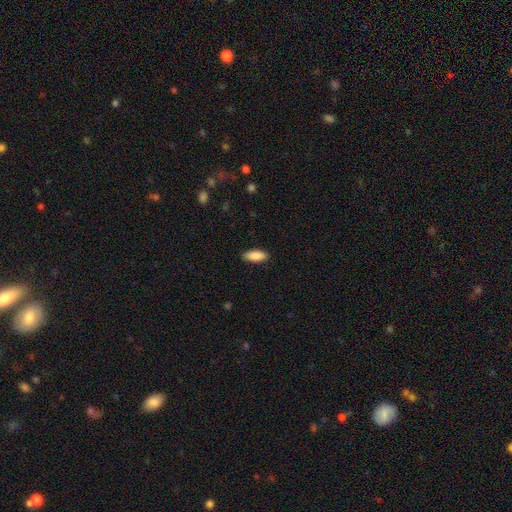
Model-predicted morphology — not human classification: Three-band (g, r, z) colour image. It shows a smooth galaxy with no disk features (89%) that is in between round and cigar-shaped (81%). Merging: none (88%).